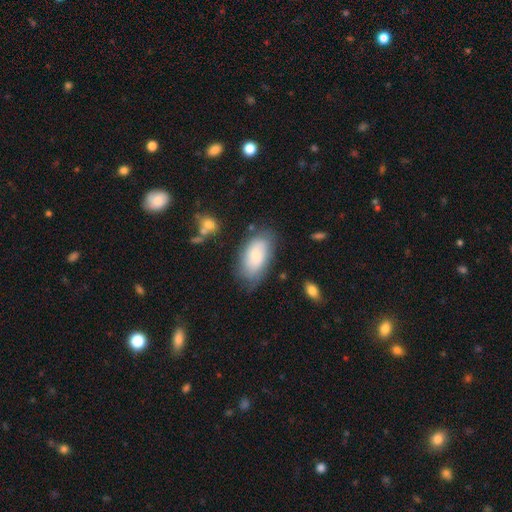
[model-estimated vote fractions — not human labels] Smooth or featured? smooth (67%)
How rounded? in between (93%)
Merging? none (66%)